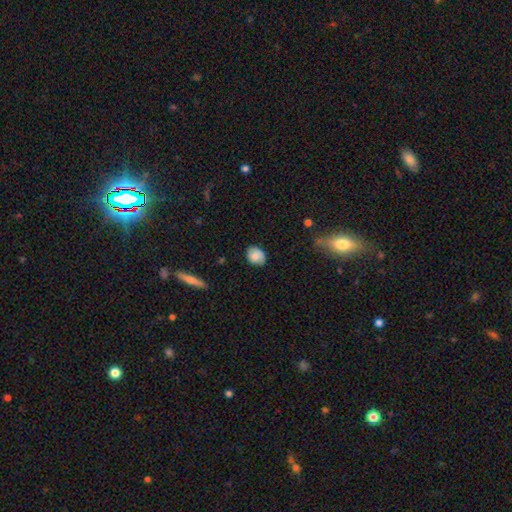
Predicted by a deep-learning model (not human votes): Smooth or featured? Predicted: smooth (p=0.79). How rounded? Predicted: in between (p=0.52). Merging? Predicted: none (p=0.78).